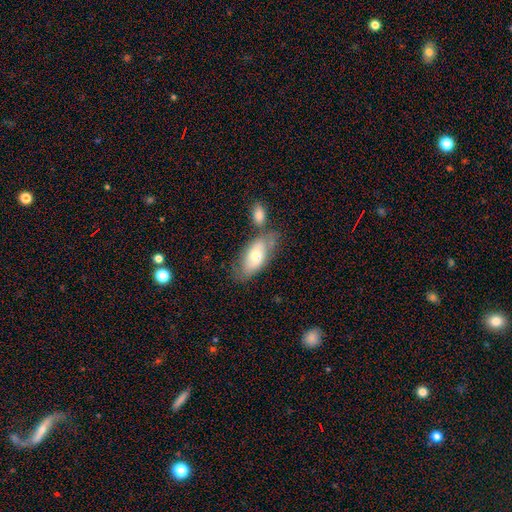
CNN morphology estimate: Smooth or featured? smooth (61%)
How rounded? in between (88%)
Merging? none (50%)